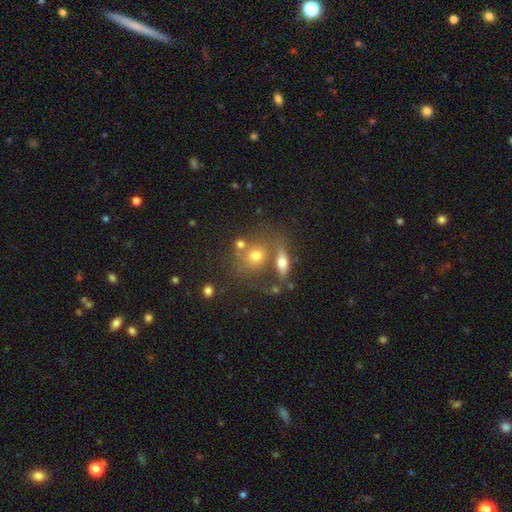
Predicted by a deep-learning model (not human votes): Smooth or featured: smooth — 66% (featured or disk — 20%)
How rounded: round — 70% (in between — 27%)
Merging: none — 52% (merger — 30%)